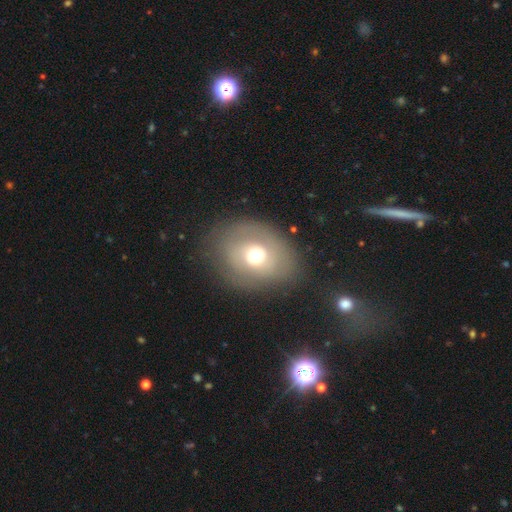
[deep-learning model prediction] Smooth or featured?
  - smooth: 56% *
  - featured or disk: 33%
  - star or artifact: 11%
How rounded?
  - in between: 53% *
  - round: 46%
  - cigar-shaped: 1%
Merging?
  - none: 75% *
  - minor disturbance: 15%
  - major disturbance: 8%
  - merger: 2%